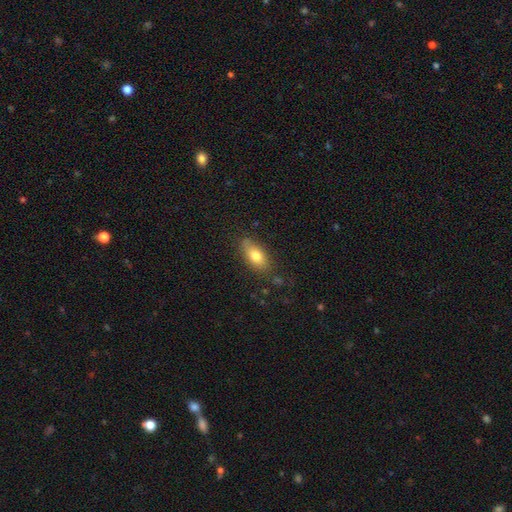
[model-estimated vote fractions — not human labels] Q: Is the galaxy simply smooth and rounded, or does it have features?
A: smooth — 75%.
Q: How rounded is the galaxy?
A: in between — 86%.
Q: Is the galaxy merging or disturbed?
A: none — 75%.